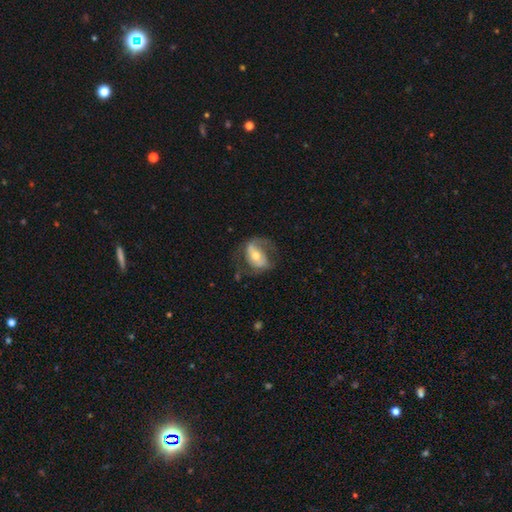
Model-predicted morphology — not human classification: The model was most divided on "bar": no: 36%, weak: 32%, strong: 32%. More confident: edge-on disk — no (95%); spiral arms — yes (75%); smooth or featured — featured or disk (65%); bulge size — moderate (64%); merging — none (52%).